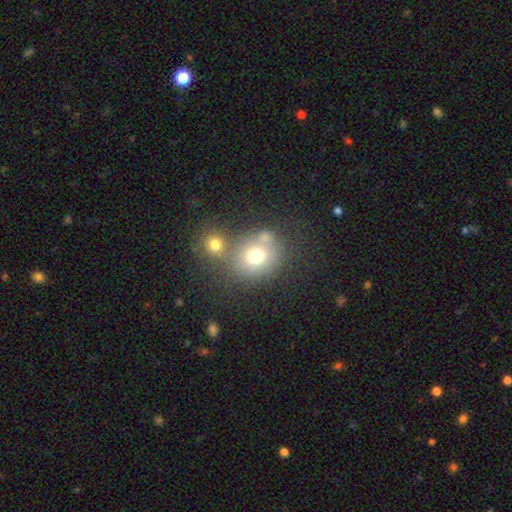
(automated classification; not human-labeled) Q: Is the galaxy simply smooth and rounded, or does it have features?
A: smooth — 72%.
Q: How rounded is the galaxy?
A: round — 77%.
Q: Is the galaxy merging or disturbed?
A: none — 47%.